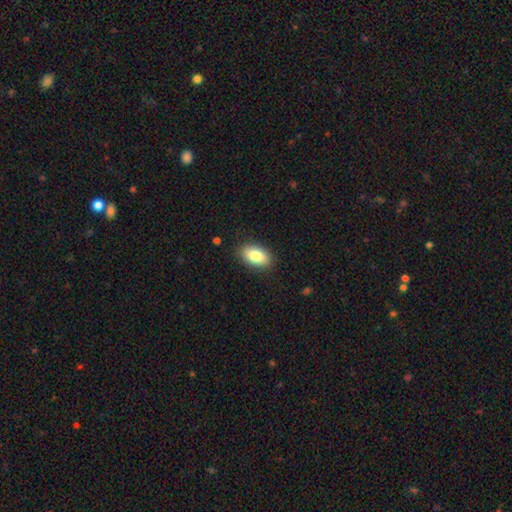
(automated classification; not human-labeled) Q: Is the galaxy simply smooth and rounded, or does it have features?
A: smooth — 83%.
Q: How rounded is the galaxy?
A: in between — 92%.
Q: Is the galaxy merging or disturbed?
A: none — 87%.